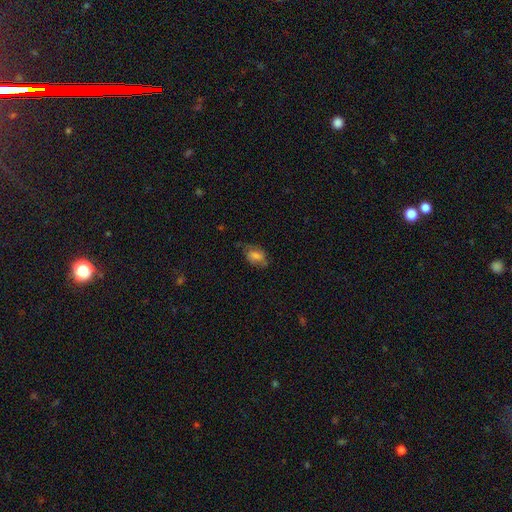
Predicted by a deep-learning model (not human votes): Morphology: type=smooth (55%); roundness=in between (82%); merging=none (54%).